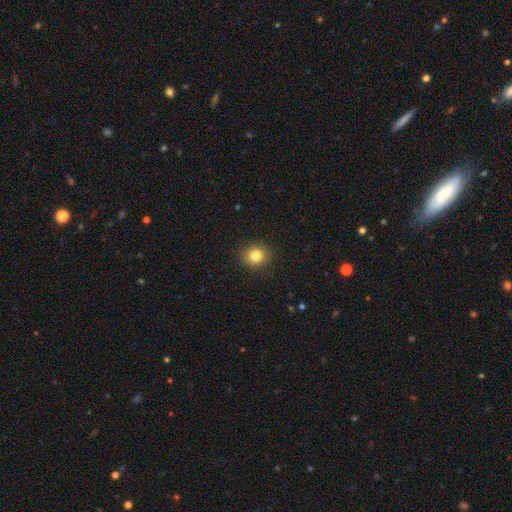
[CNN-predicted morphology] A smooth galaxy with no disk features (83%) that is round (87%).

Vote fractions:
- Smooth or featured? smooth: 83% / star or artifact: 11% / featured or disk: 6%
- How rounded? round: 87% / in between: 12% / cigar-shaped: 1%
- Merging? none: 91% / minor disturbance: 6% / major disturbance: 2% / merger: 1%